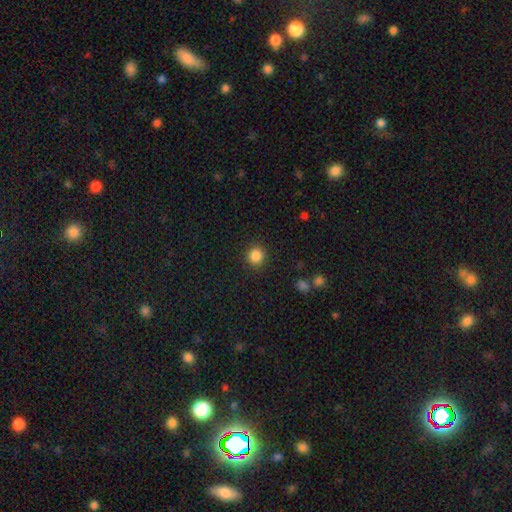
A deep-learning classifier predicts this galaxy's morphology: This appears to be a smooth galaxy with no disk features (86%) that is round (92%). Merging: none (91%).